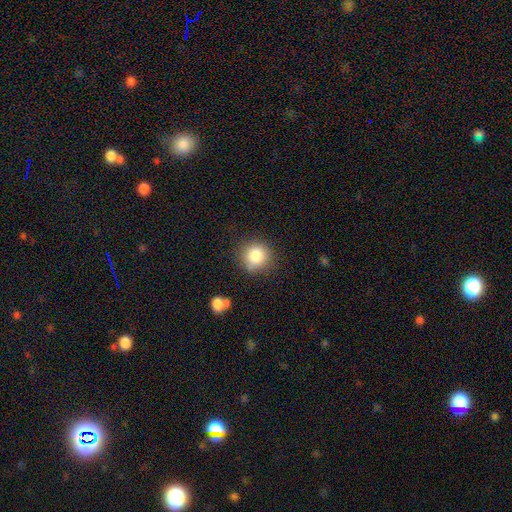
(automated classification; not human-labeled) smooth 84%, star or artifact 10%, featured or disk 6%. Down the decision tree: how rounded — round (91%); merging — none (78%).